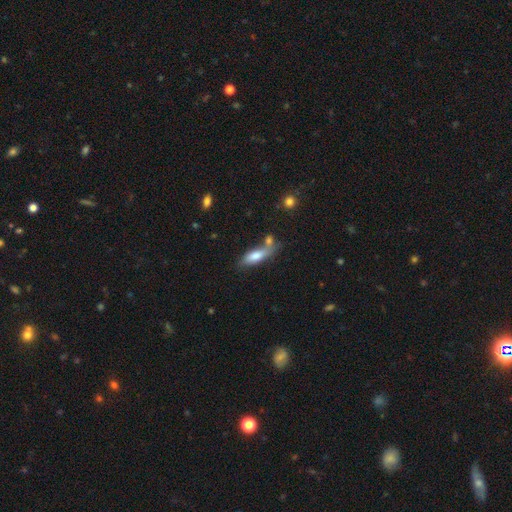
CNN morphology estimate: Smooth or featured?
  - smooth: 74% *
  - featured or disk: 19%
  - star or artifact: 7%
How rounded?
  - in between: 55% *
  - cigar-shaped: 43%
  - round: 2%
Merging?
  - none: 47% *
  - merger: 25%
  - minor disturbance: 20%
  - major disturbance: 7%